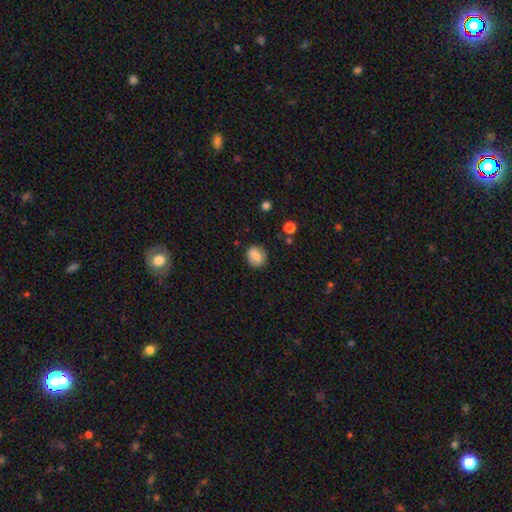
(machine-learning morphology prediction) Smooth or featured? Predicted: smooth (p=0.79). How rounded? Predicted: round (p=0.55). Merging? Predicted: none (p=0.79).